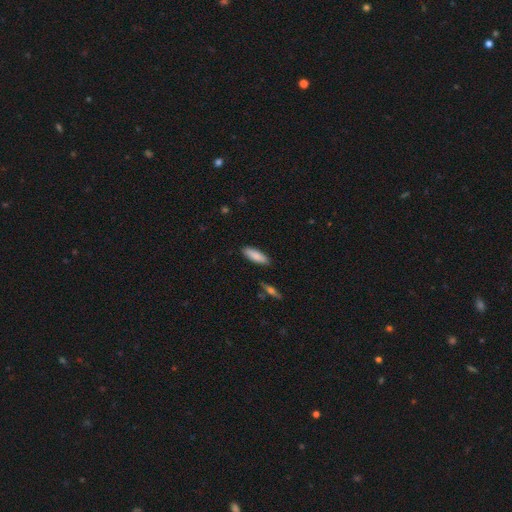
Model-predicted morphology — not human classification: type=smooth (85%); roundness=in between (54%); merging=none (86%).